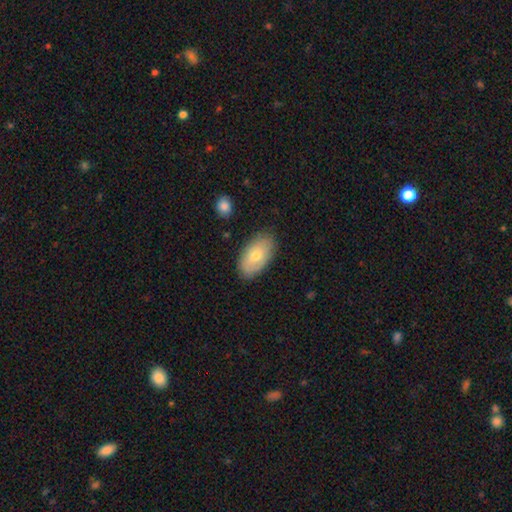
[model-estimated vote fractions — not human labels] smooth_or_featured: smooth (p=0.66) [alt: featured or disk p=0.27]
how_rounded: in between (p=0.94) [alt: round p=0.04]
merging: none (p=0.83) [alt: minor disturbance p=0.13]